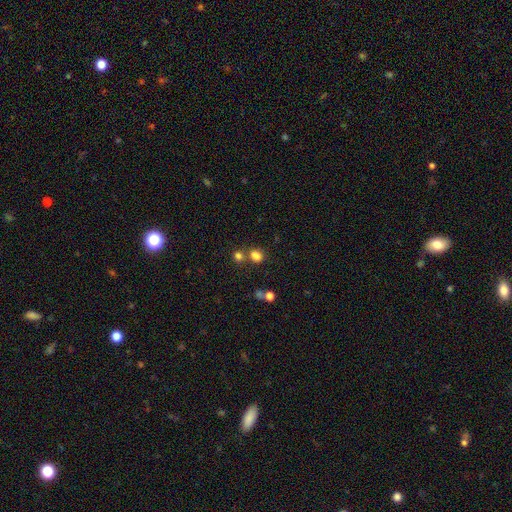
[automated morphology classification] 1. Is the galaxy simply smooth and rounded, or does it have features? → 78% smooth, 15% star or artifact, 6% featured or disk.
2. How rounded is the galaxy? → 52% round, 47% in between, 1% cigar-shaped.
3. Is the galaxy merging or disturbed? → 56% none, 28% merger, 11% minor disturbance, 5% major disturbance.